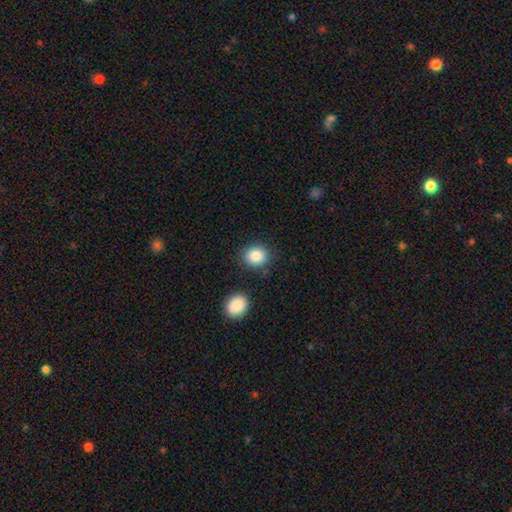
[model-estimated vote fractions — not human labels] A smooth galaxy with no disk features (86%) that is round (72%). Merging: none (82%).